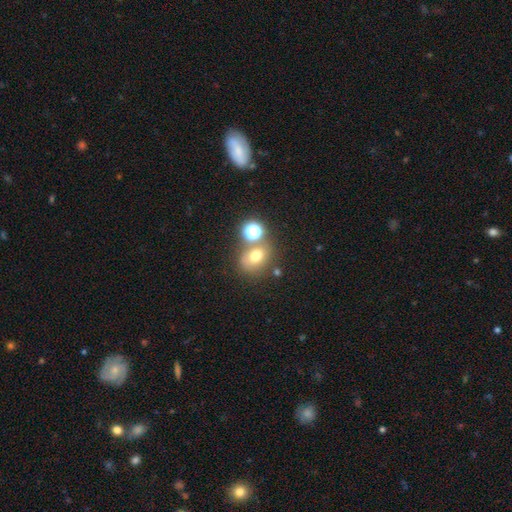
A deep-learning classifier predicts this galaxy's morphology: smooth_or_featured: smooth (p=0.65) [alt: star or artifact p=0.20]
how_rounded: round (p=0.57) [alt: in between p=0.42]
merging: none (p=0.56) [alt: merger p=0.25]